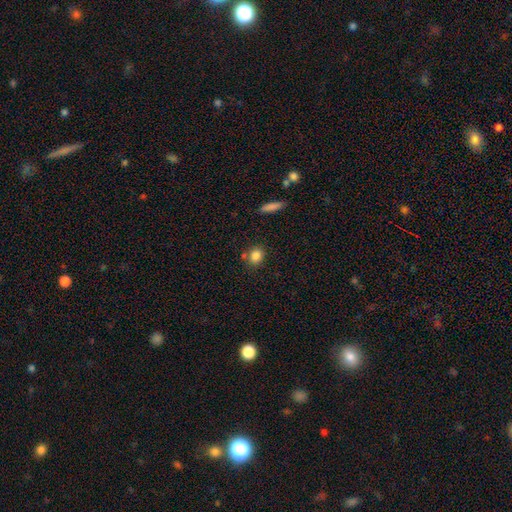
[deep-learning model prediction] A smooth galaxy with no disk features (84%) that is round (61%).

Vote fractions:
- Smooth or featured? smooth: 84% / star or artifact: 10% / featured or disk: 6%
- How rounded? round: 61% / in between: 37% / cigar-shaped: 2%
- Merging? none: 72% / minor disturbance: 13% / merger: 12% / major disturbance: 3%